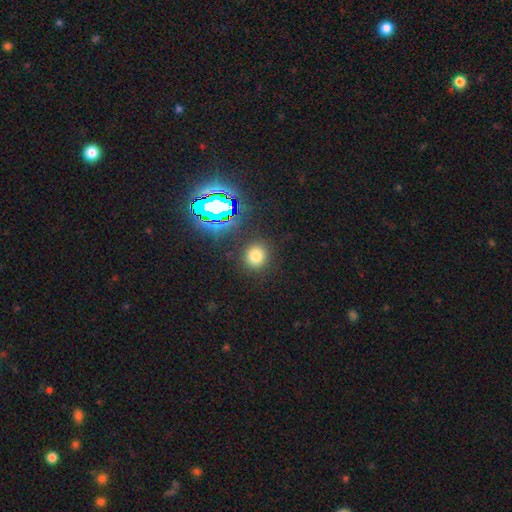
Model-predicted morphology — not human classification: Smooth or featured? smooth (70%)
How rounded? round (86%)
Merging? none (88%)